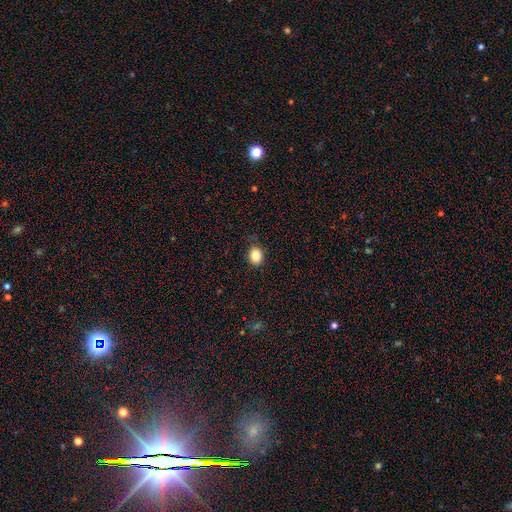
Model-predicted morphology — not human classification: smooth_or_featured: smooth (p=0.84) [alt: star or artifact p=0.10]
how_rounded: in between (p=0.50) [alt: round p=0.49]
merging: none (p=0.79) [alt: minor disturbance p=0.16]